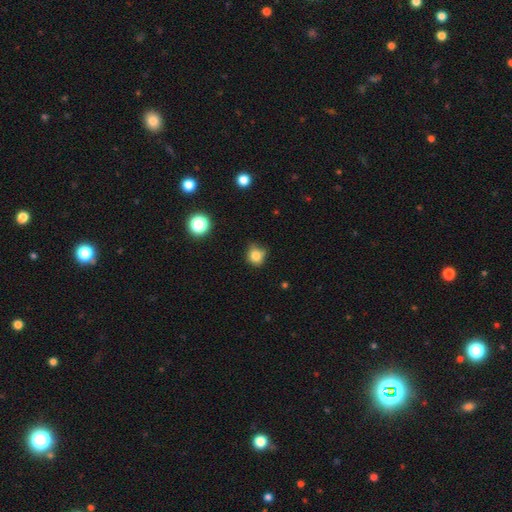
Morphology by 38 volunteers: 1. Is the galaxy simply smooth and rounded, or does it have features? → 84% smooth, 11% featured or disk, 5% star or artifact.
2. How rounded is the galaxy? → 69% round, 31% in between, 0% cigar-shaped.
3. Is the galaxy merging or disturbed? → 47% minor disturbance, 44% none, 6% major disturbance, 3% merger.